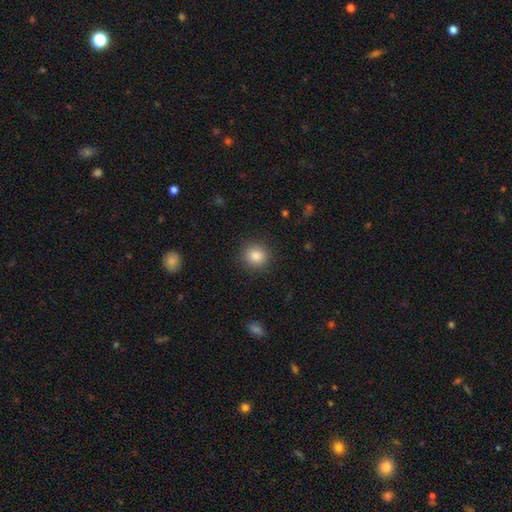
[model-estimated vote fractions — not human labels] smooth_or_featured: smooth (p=0.85) [alt: star or artifact p=0.10]
how_rounded: round (p=0.88) [alt: in between p=0.11]
merging: none (p=0.90) [alt: minor disturbance p=0.07]